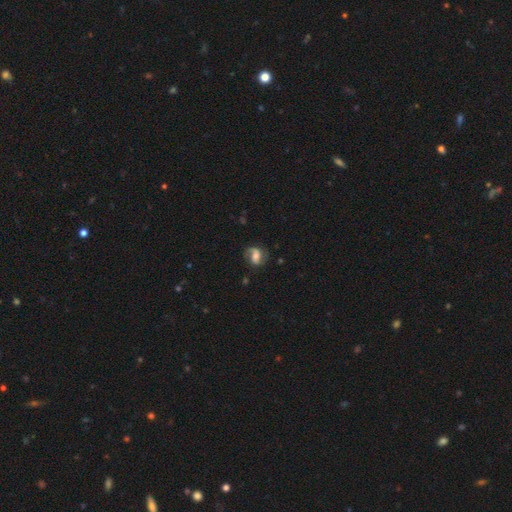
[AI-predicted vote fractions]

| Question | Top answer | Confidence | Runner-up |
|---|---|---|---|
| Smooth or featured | featured or disk | 71% | smooth (21%) |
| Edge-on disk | no | 97% | yes (3%) |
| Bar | weak | 44% | no (33%) |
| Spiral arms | yes | 92% | no (8%) |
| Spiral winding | medium | 47% | loose (31%) |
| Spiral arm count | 2 | 69% | 1 (23%) |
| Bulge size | moderate | 53% | small (27%) |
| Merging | none | 69% | minor disturbance (18%) |